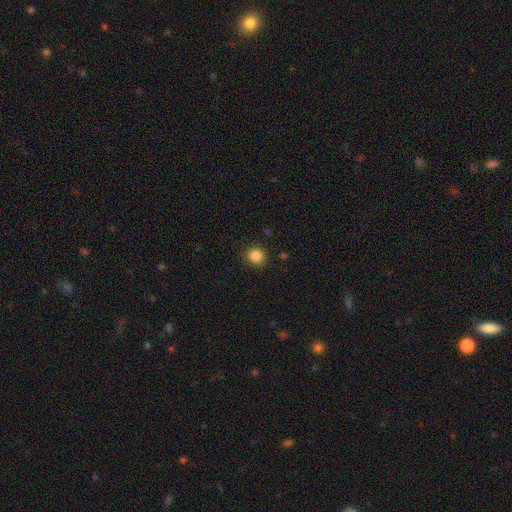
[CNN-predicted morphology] smooth_or_featured: smooth (p=0.86) [alt: star or artifact p=0.11]
how_rounded: round (p=0.84) [alt: in between p=0.15]
merging: none (p=0.88) [alt: minor disturbance p=0.09]